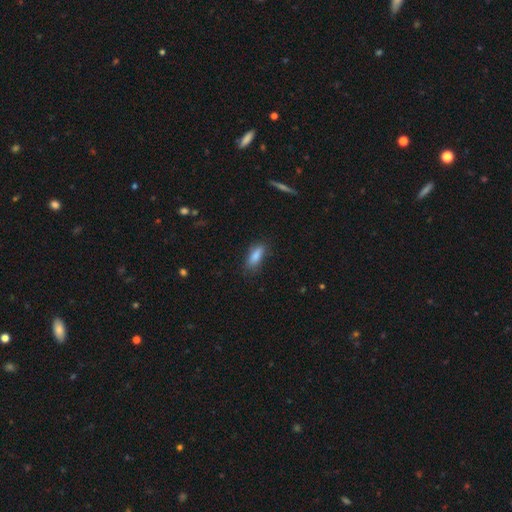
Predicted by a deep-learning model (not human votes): smooth-or-featured: smooth: 84% | featured or disk: 9% | star or artifact: 7%
  how-rounded: in between: 67% | cigar-shaped: 30% | round: 2%
  merging: none: 78% | minor disturbance: 17% | major disturbance: 4% | merger: 1%